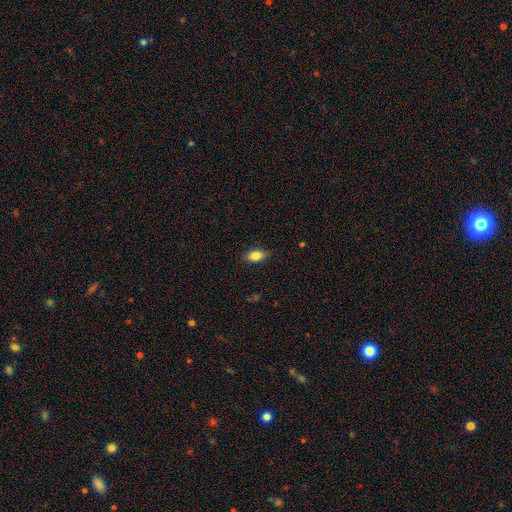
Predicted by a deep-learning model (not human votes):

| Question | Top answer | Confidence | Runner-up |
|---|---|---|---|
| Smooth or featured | smooth | 82% | featured or disk (9%) |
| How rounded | in between | 86% | round (9%) |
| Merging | none | 84% | minor disturbance (13%) |